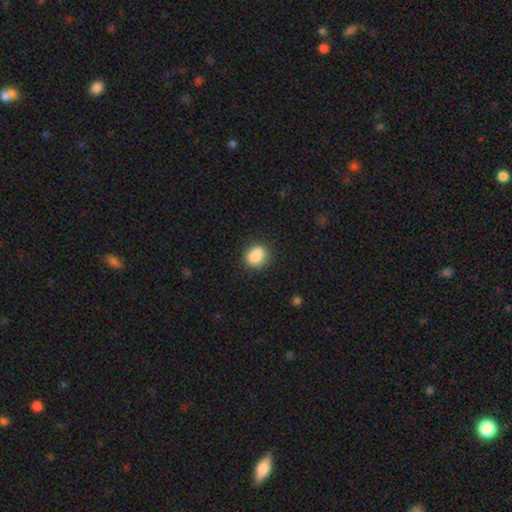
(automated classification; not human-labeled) Smooth or featured? Predicted: smooth (p=0.84). How rounded? Predicted: round (p=0.65). Merging? Predicted: none (p=0.69).